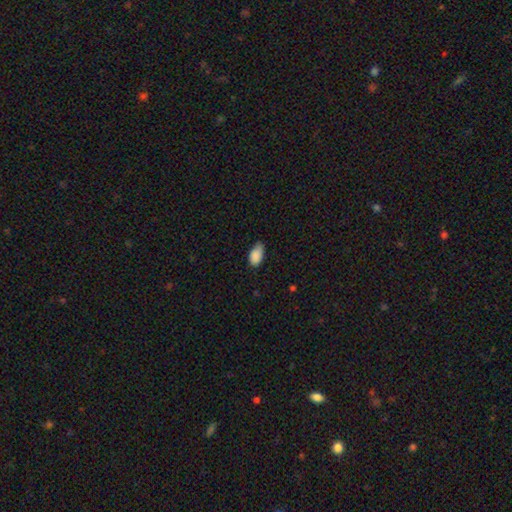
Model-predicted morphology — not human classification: This appears to be a smooth galaxy with no disk features (87%) that is in between round and cigar-shaped (92%). Merging: none (51%).